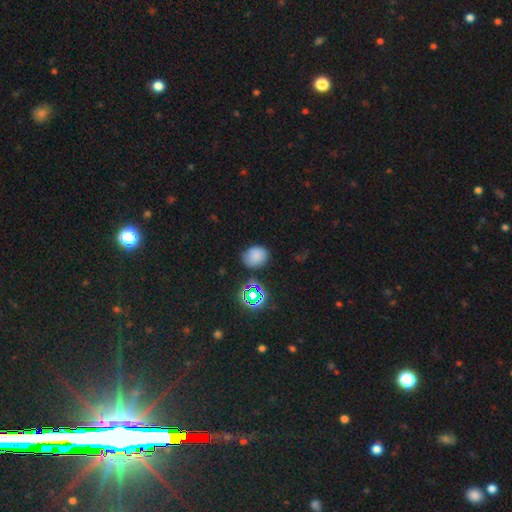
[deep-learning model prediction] smooth-or-featured: smooth: 75% | star or artifact: 18% | featured or disk: 7%
  how-rounded: in between: 51% | round: 48% | cigar-shaped: 1%
  merging: none: 75% | minor disturbance: 17% | major disturbance: 4% | merger: 4%